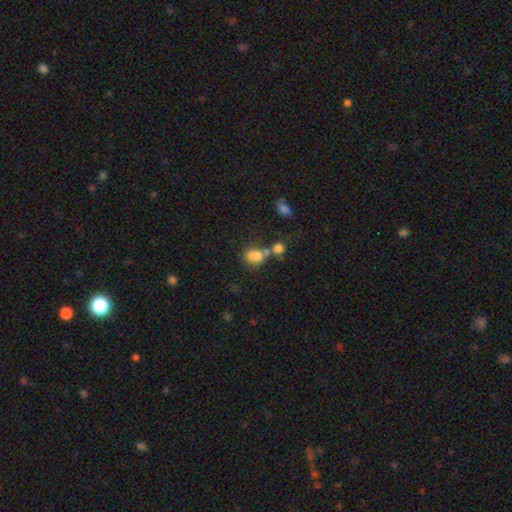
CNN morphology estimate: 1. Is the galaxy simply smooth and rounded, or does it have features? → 76% smooth, 13% star or artifact, 12% featured or disk.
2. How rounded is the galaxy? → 59% in between, 39% round, 2% cigar-shaped.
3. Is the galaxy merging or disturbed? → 40% merger, 35% none, 15% minor disturbance, 10% major disturbance.